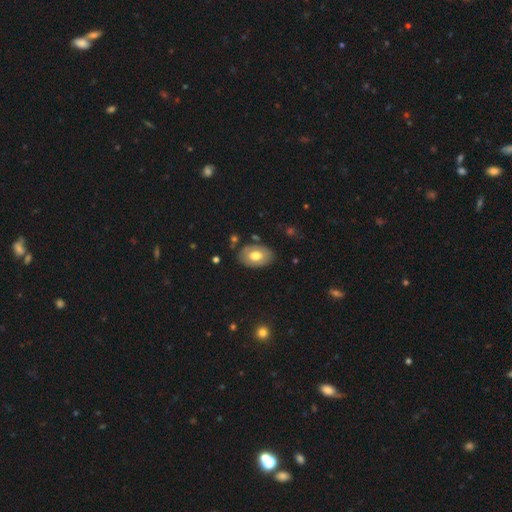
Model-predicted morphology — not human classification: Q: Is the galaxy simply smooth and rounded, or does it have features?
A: smooth — 62%.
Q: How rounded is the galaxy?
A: in between — 85%.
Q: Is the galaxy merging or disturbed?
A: none — 80%.